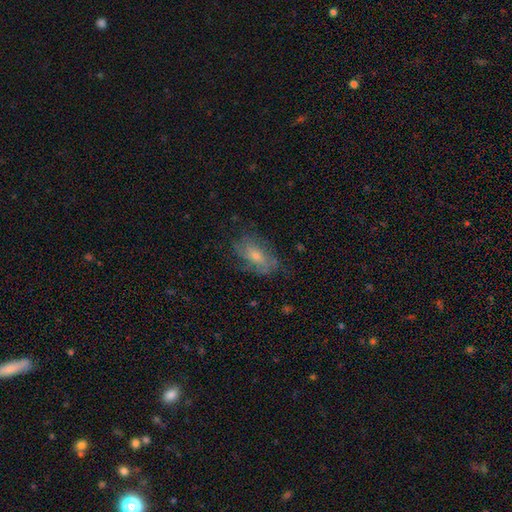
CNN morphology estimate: This is possibly a featured or disk galaxy (55%). It is clearly not viewed edge-on (92%). Bar: likely no (69%). Spiral arm pattern: likely yes (74%). Central bulge: possibly small (50%). Merging: likely none (67%).